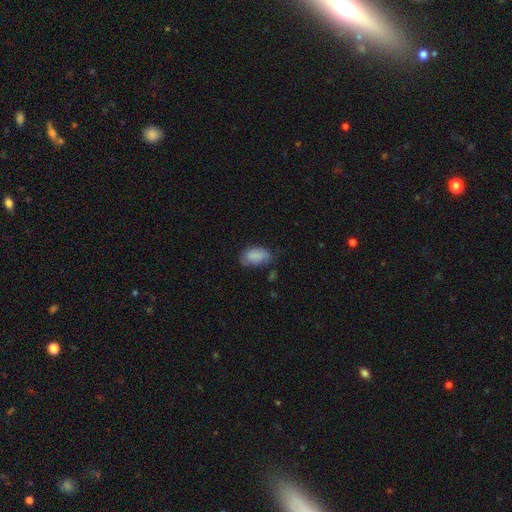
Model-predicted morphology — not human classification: Q: Smooth or featured?
A: smooth (81%); runner-up: featured or disk (11%)
Q: How rounded?
A: in between (91%); runner-up: round (8%)
Q: Merging?
A: none (52%); runner-up: minor disturbance (34%)